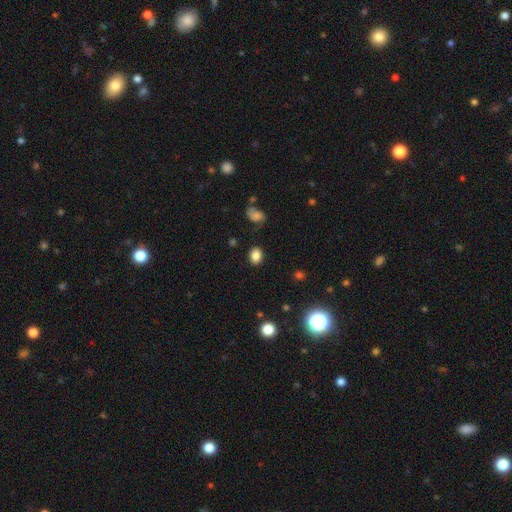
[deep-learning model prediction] Q: Smooth or featured?
A: smooth (84%); runner-up: star or artifact (10%)
Q: How rounded?
A: in between (62%); runner-up: round (37%)
Q: Merging?
A: none (84%); runner-up: minor disturbance (11%)